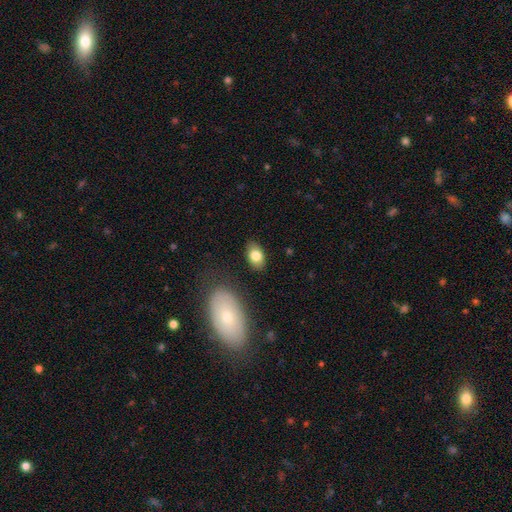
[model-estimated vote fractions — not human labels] This appears to be a smooth galaxy with no disk features (80%) that is in between round and cigar-shaped (88%). Merging: none (83%).